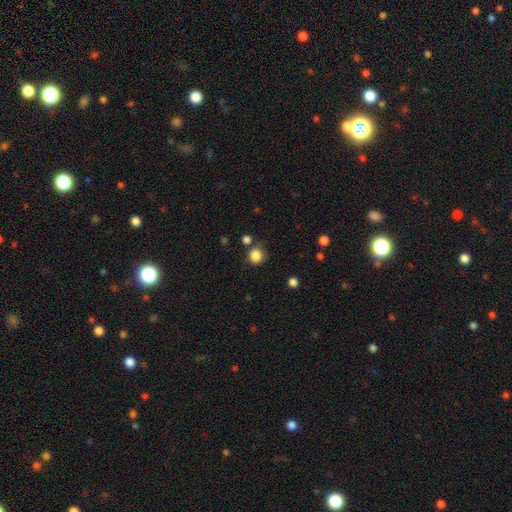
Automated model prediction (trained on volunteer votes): Smooth or featured? Predicted: smooth (p=0.85). How rounded? Predicted: round (p=0.90). Merging? Predicted: none (p=0.78).